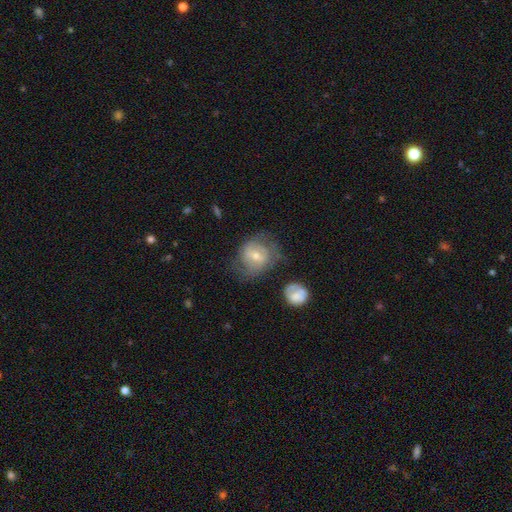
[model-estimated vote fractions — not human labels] Q: Smooth or featured?
A: featured or disk (50%); runner-up: smooth (43%)
Q: Merging?
A: none (50%); runner-up: minor disturbance (25%)